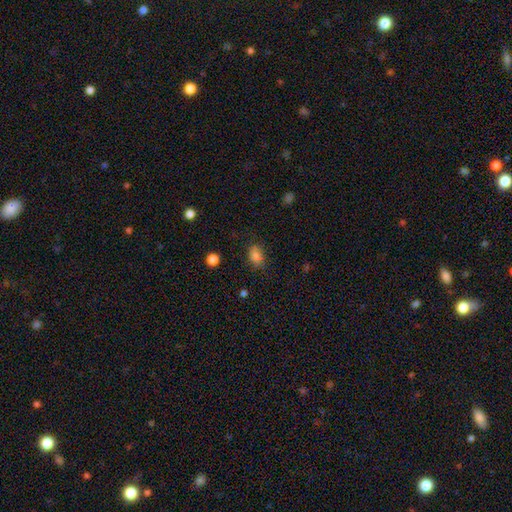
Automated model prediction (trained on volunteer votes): This is clearly a smooth galaxy (83%). How rounded: likely in between (75%). Merging: likely none (73%).